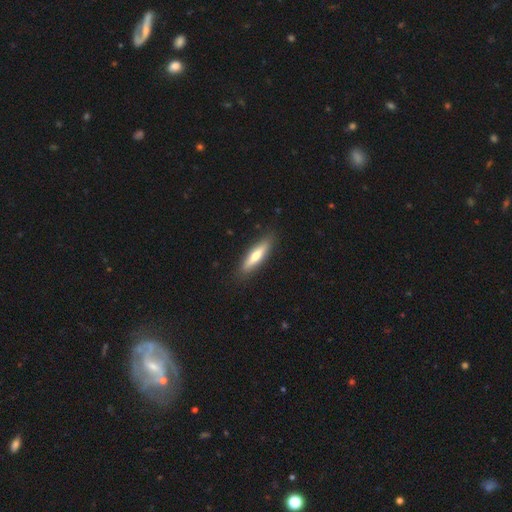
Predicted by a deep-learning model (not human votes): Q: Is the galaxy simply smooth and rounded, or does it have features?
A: smooth — 63%.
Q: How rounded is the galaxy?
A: cigar-shaped — 74%.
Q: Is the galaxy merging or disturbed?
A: none — 88%.